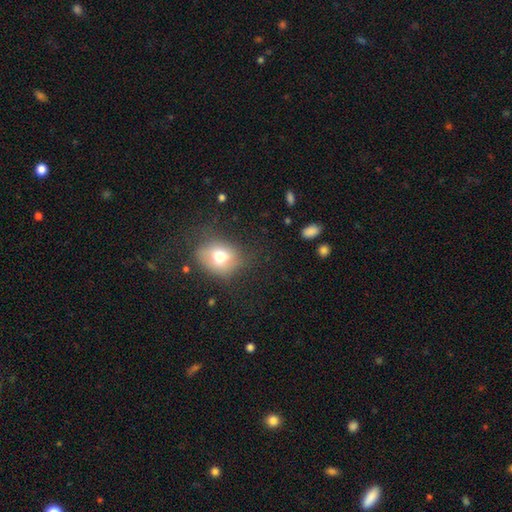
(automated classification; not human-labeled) Morphology: type=smooth (64%); roundness=round (70%); merging=none (77%).